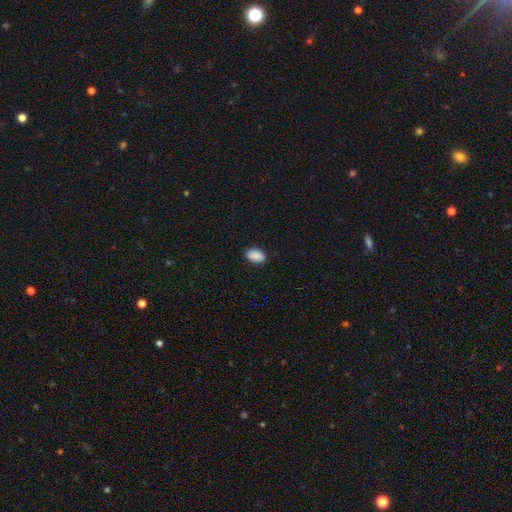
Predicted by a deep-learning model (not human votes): Smooth or featured: smooth — 89% (star or artifact — 7%)
How rounded: in between — 90% (round — 9%)
Merging: none — 87% (minor disturbance — 10%)